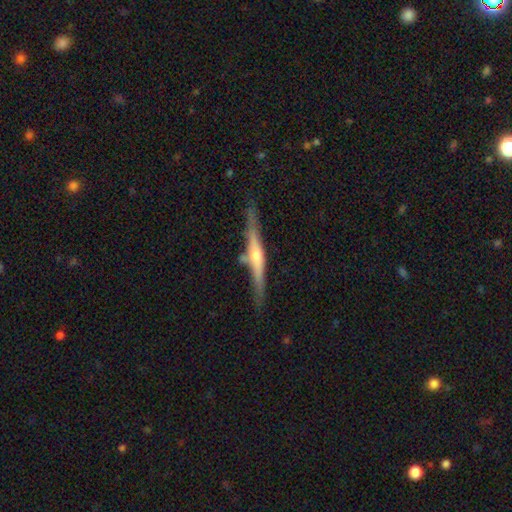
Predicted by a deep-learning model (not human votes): Q: Smooth or featured?
A: featured or disk (72%); runner-up: smooth (22%)
Q: Edge-on disk?
A: yes (97%); runner-up: no (3%)
Q: Edge-on bulge?
A: rounded (85%); runner-up: none (9%)
Q: Merging?
A: none (79%); runner-up: minor disturbance (13%)